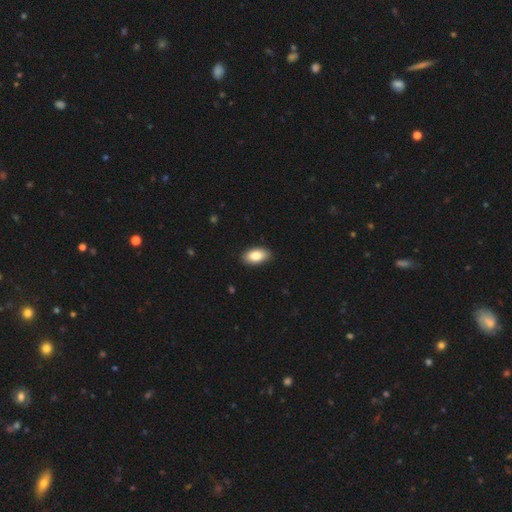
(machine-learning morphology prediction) This is clearly a smooth galaxy (85%). How rounded: clearly in between (94%). Merging: clearly none (88%).